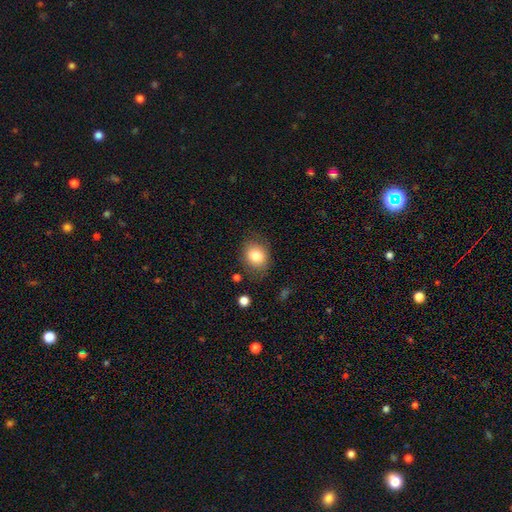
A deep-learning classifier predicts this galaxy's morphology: Smooth or featured? Predicted: smooth (p=0.81). How rounded? Predicted: round (p=0.50). Merging? Predicted: none (p=0.75).